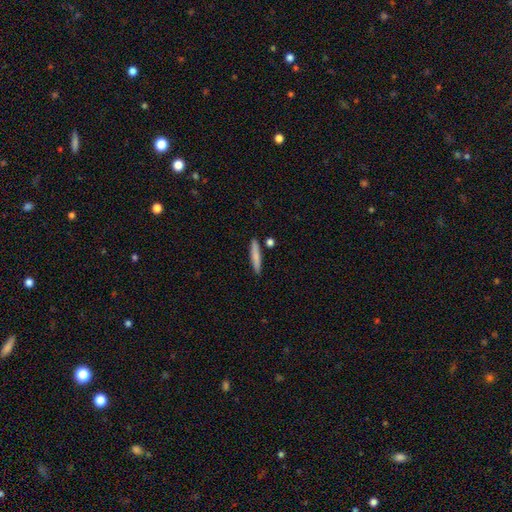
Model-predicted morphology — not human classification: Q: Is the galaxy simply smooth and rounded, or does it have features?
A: smooth — 80%.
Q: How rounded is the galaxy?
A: cigar-shaped — 89%.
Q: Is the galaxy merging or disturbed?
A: none — 87%.